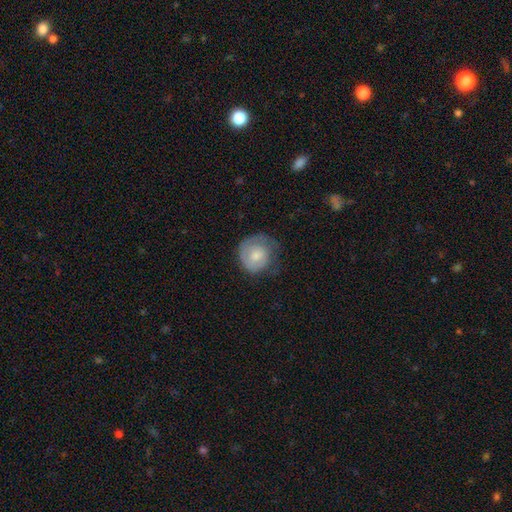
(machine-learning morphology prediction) Smooth or featured: smooth — 60% (featured or disk — 34%)
How rounded: round — 85% (in between — 14%)
Merging: none — 50% (minor disturbance — 30%)